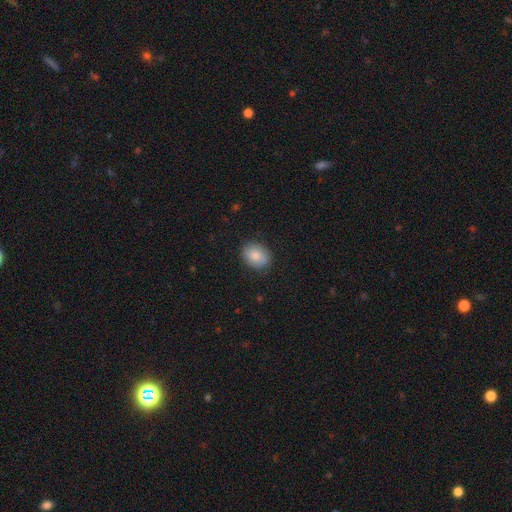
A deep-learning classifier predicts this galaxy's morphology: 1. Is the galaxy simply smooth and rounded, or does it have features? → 84% smooth, 9% featured or disk, 7% star or artifact.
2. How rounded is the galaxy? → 61% in between, 38% round, 1% cigar-shaped.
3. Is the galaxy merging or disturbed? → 86% none, 10% minor disturbance, 2% major disturbance, 1% merger.